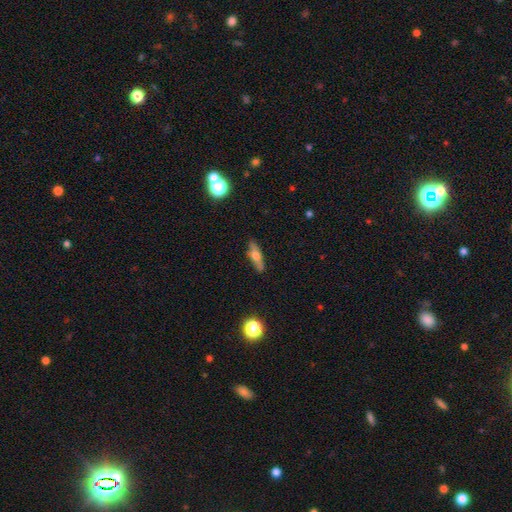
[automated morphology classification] A smooth galaxy with no disk features (47%).

Vote fractions:
- Smooth or featured? smooth: 47% / featured or disk: 45% / star or artifact: 8%
- Merging? none: 83% / minor disturbance: 13% / major disturbance: 3% / merger: 2%